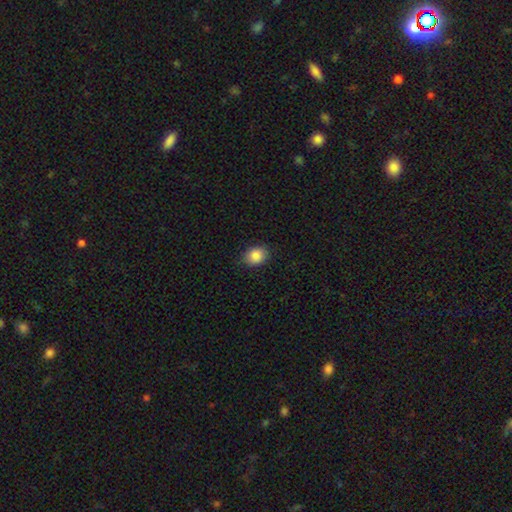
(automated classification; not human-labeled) Morphology: type=smooth (88%); roundness=in between (55%); merging=none (83%).